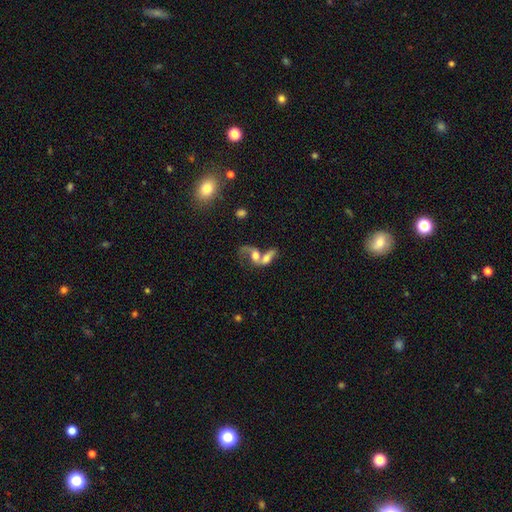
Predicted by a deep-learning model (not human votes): Morphology: type=featured or disk (50%); merging=merger (75%).